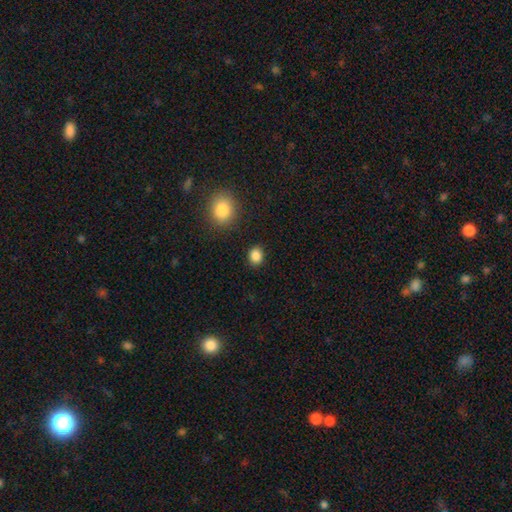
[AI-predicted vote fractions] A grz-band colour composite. It shows a smooth galaxy with no disk features (86%) that is round (57%). Merging: none (88%).